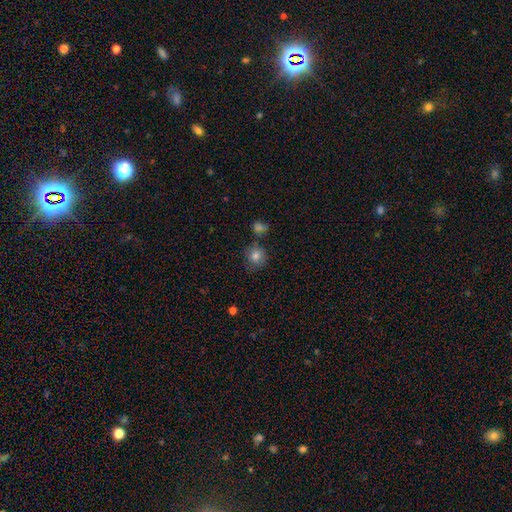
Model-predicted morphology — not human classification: This is clearly a smooth galaxy (80%). How rounded: clearly round (86%). Merging: likely none (72%).